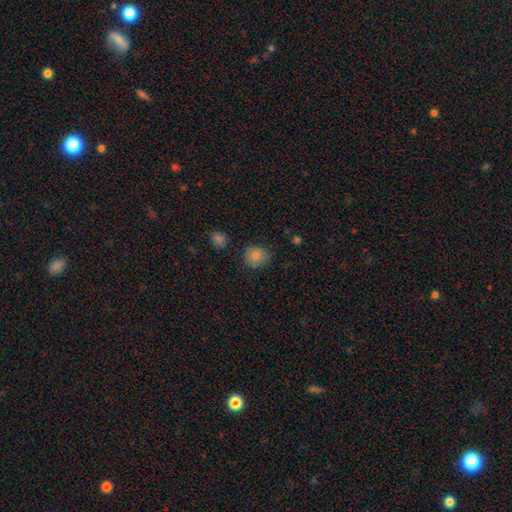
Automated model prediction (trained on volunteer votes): This is clearly a smooth galaxy (81%). How rounded: likely round (78%). Merging: likely none (75%).